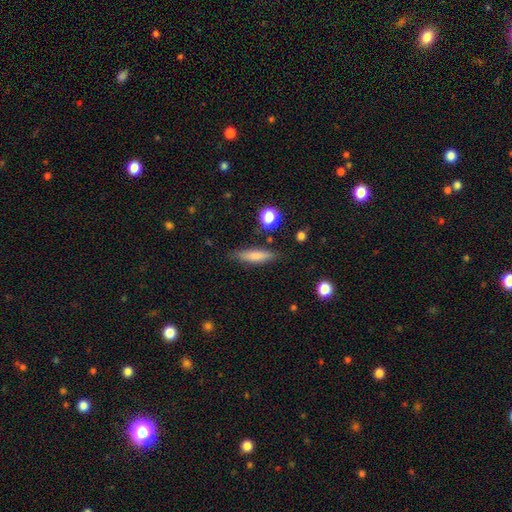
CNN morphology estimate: Smooth or featured? Predicted: smooth (p=0.76). How rounded? Predicted: cigar-shaped (p=0.69). Merging? Predicted: none (p=0.82).